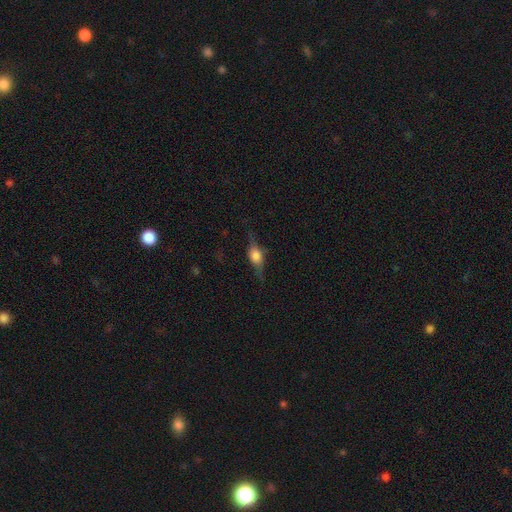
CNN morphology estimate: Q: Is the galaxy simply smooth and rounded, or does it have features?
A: featured or disk — 61%.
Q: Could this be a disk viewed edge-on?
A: yes — 95%.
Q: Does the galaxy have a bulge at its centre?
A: rounded — 89%.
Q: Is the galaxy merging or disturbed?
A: none — 76%.